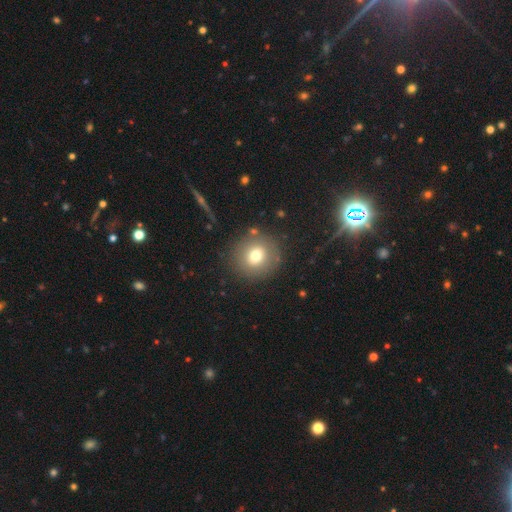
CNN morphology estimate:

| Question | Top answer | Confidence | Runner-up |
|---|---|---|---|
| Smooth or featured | smooth | 73% | featured or disk (14%) |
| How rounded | round | 92% | in between (7%) |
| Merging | none | 85% | minor disturbance (8%) |